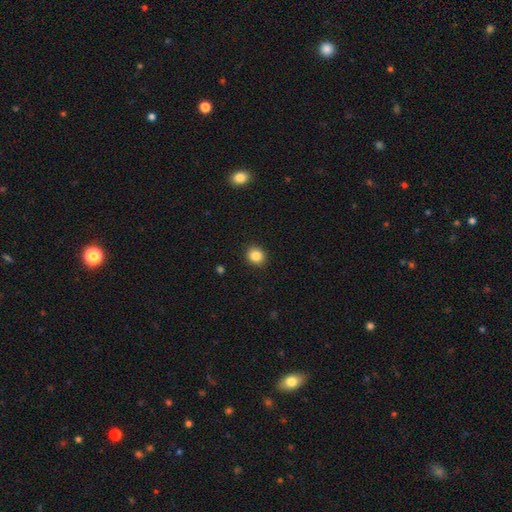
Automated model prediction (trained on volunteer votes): The model was most divided on "how rounded": round: 77%, in between: 22%, cigar-shaped: 1%. More confident: merging — none (91%); smooth or featured — smooth (85%).